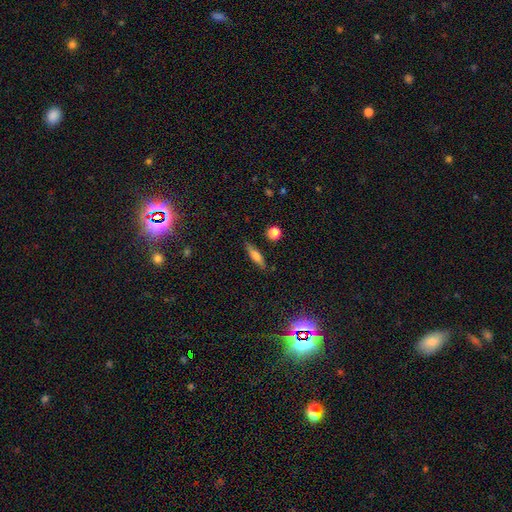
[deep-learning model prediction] Morphology: type=smooth (62%); roundness=cigar-shaped (72%); merging=none (84%).